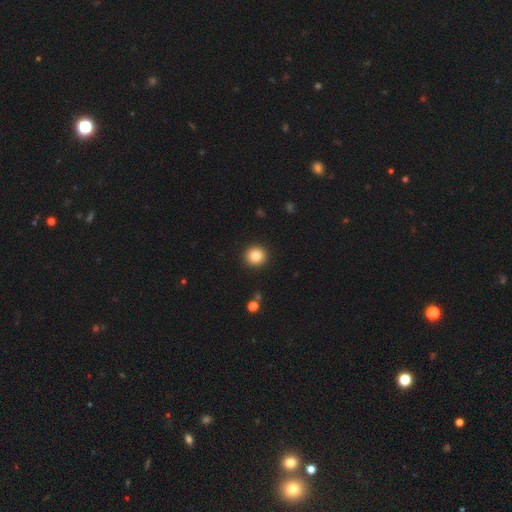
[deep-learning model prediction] This appears to be a smooth galaxy with no disk features (83%) that is round (94%). Merging: none (92%).